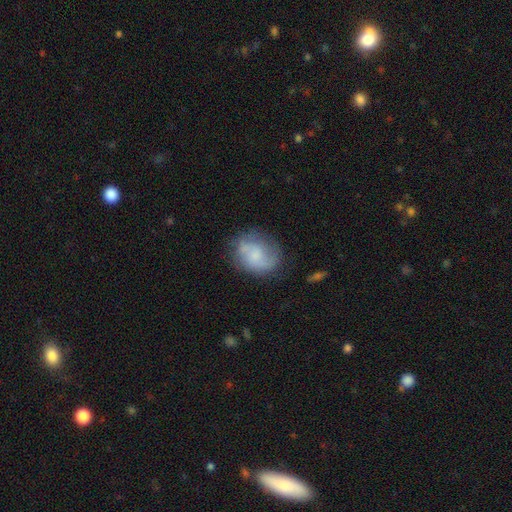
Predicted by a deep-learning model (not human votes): Smooth or featured: featured or disk — 49% (smooth — 43%)
Merging: none — 64% (minor disturbance — 23%)